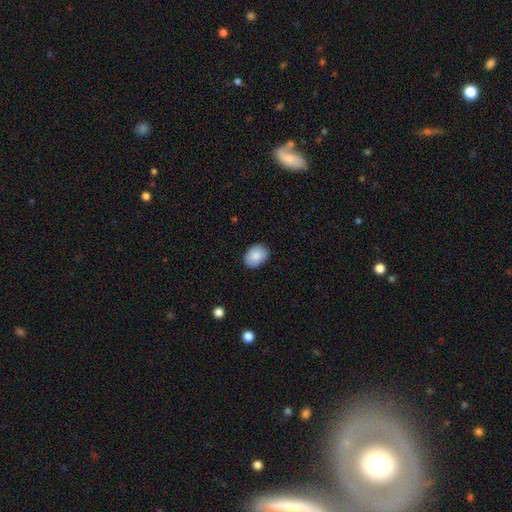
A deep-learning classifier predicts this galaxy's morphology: Smooth or featured?
  - smooth: 88% *
  - star or artifact: 7%
  - featured or disk: 5%
How rounded?
  - in between: 75% *
  - round: 25%
  - cigar-shaped: 1%
Merging?
  - none: 87% *
  - minor disturbance: 10%
  - major disturbance: 2%
  - merger: 1%